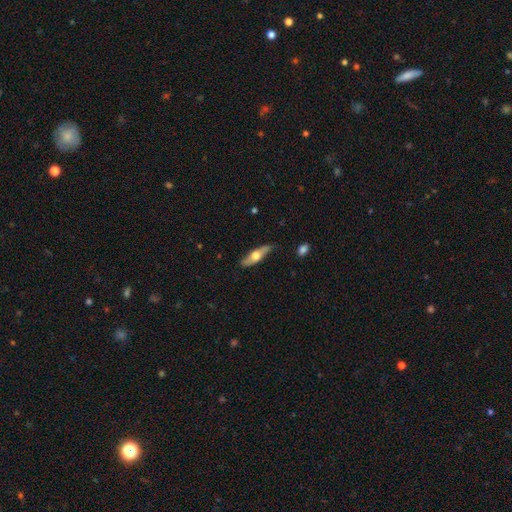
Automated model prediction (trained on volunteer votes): smooth-or-featured: featured or disk: 48% | smooth: 46% | star or artifact: 5%
  merging: none: 79% | minor disturbance: 16% | major disturbance: 3% | merger: 2%